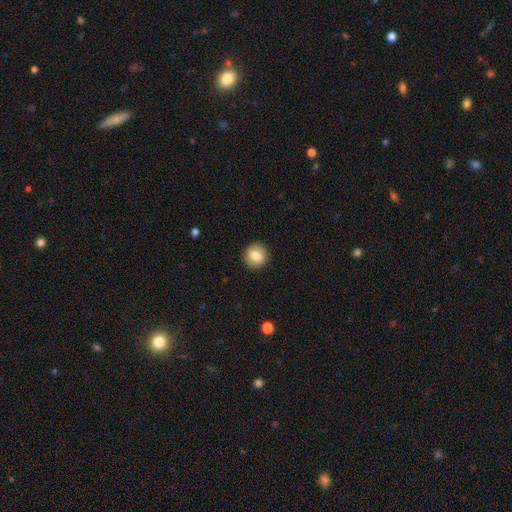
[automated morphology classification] type=smooth (80%); roundness=round (92%); merging=none (92%).